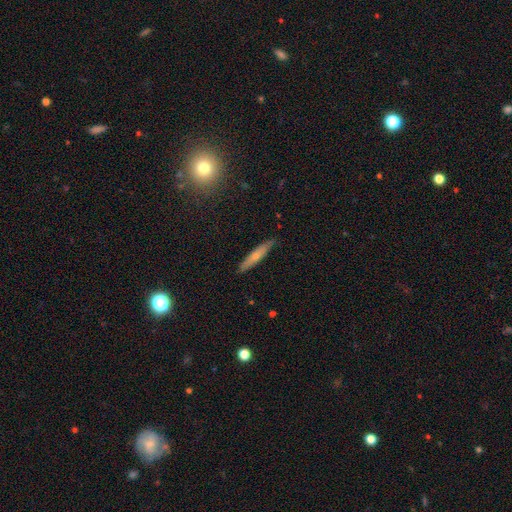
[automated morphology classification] Smooth or featured? Predicted: smooth (p=0.57). How rounded? Predicted: cigar-shaped (p=0.91). Merging? Predicted: none (p=0.86).